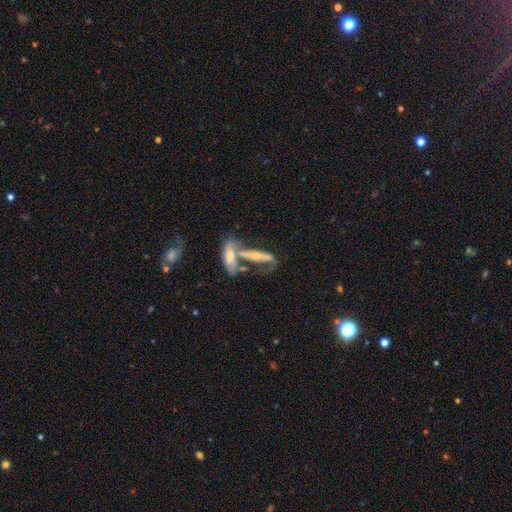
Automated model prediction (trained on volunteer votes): A featured or disk galaxy (52%) viewed edge-on (53%). Merging: merger (51%).